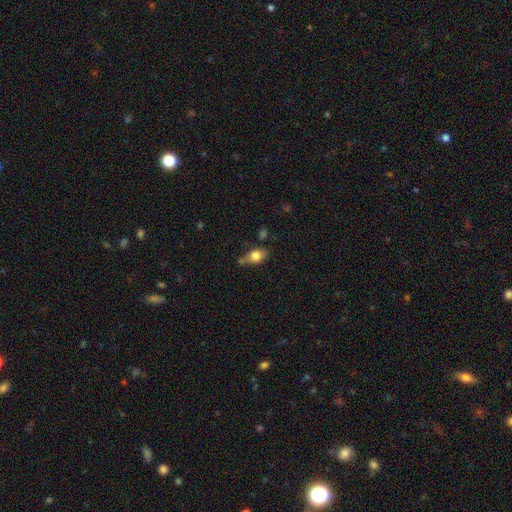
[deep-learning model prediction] This is clearly a smooth galaxy (80%). How rounded: likely in between (77%). Merging: likely none (61%).